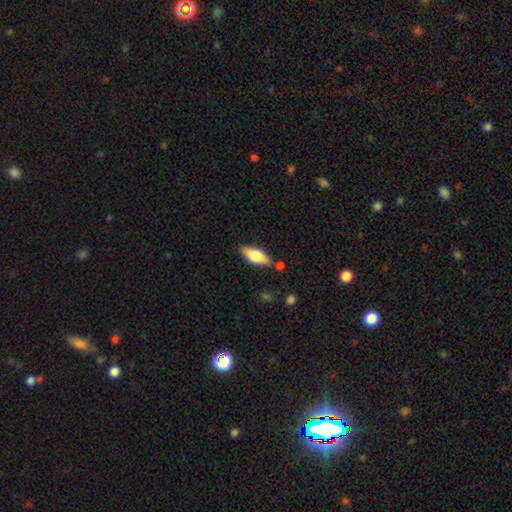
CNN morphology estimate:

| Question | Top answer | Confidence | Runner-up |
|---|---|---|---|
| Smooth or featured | smooth | 62% | featured or disk (32%) |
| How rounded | in between | 70% | cigar-shaped (27%) |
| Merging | none | 79% | minor disturbance (13%) |